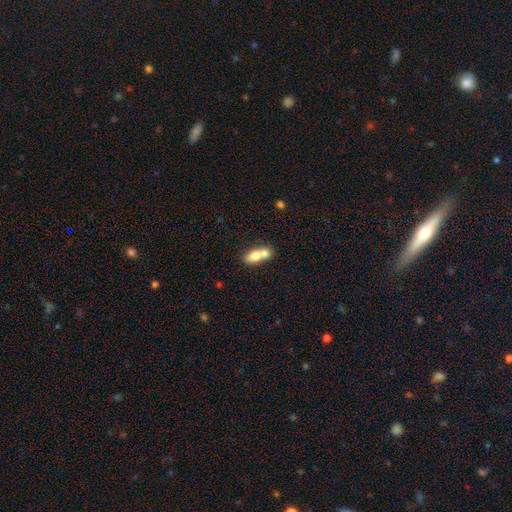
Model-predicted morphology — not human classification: Smooth or featured? smooth (71%)
How rounded? in between (75%)
Merging? merger (68%)